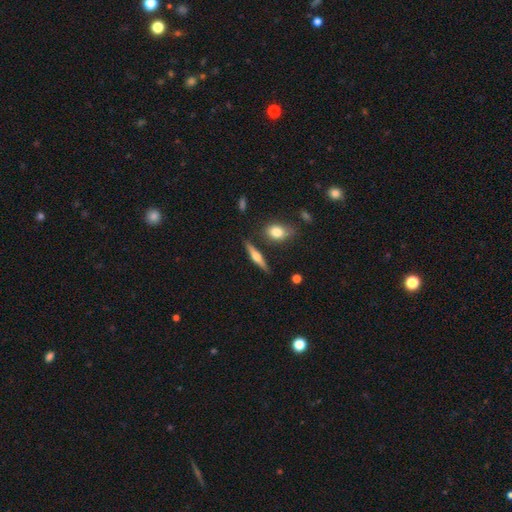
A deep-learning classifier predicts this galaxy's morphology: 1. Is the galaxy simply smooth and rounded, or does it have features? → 61% featured or disk, 33% smooth, 6% star or artifact.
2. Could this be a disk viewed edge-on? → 96% yes, 4% no.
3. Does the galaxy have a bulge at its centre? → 91% rounded, 5% boxy, 3% none.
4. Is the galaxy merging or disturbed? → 82% none, 10% minor disturbance, 6% merger, 3% major disturbance.